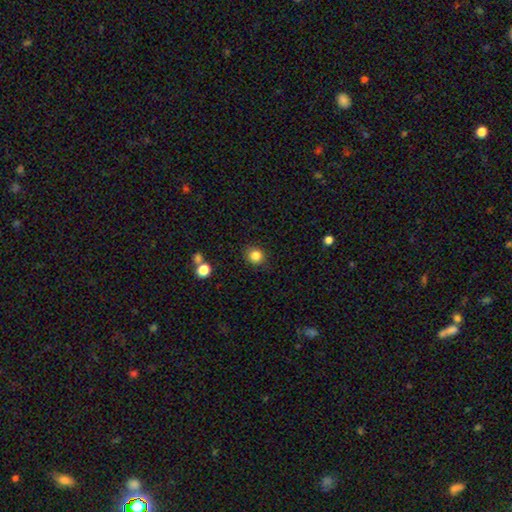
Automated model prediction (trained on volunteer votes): A smooth galaxy with no disk features (84%) that is round (81%).

Vote fractions:
- Smooth or featured? smooth: 84% / star or artifact: 11% / featured or disk: 5%
- How rounded? round: 81% / in between: 18% / cigar-shaped: 1%
- Merging? none: 86% / minor disturbance: 9% / major disturbance: 3% / merger: 2%